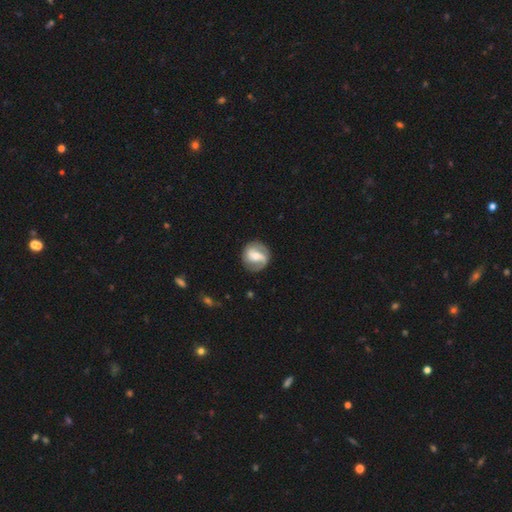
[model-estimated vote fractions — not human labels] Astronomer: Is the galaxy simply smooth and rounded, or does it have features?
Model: featured or disk — 75%.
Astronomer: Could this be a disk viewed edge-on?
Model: no — 97%.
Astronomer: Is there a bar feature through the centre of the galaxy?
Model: weak — 43% (runner-up: strong, 32%).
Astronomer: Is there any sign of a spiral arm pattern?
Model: yes — 90%.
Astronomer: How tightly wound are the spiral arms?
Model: medium — 43% (runner-up: tight, 32%).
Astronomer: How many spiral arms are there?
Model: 2 — 81%.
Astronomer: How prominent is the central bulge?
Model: moderate — 57% (runner-up: small, 36%).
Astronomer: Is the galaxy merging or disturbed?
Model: none — 79%.